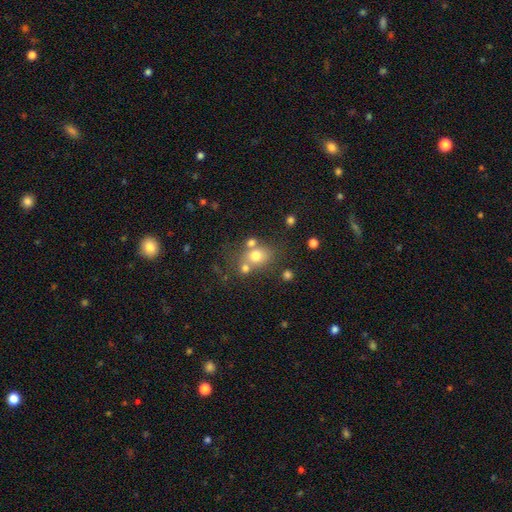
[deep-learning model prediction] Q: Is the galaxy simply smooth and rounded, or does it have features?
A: smooth — 71%.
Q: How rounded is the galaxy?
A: round — 61%.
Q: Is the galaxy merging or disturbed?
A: none — 52%.